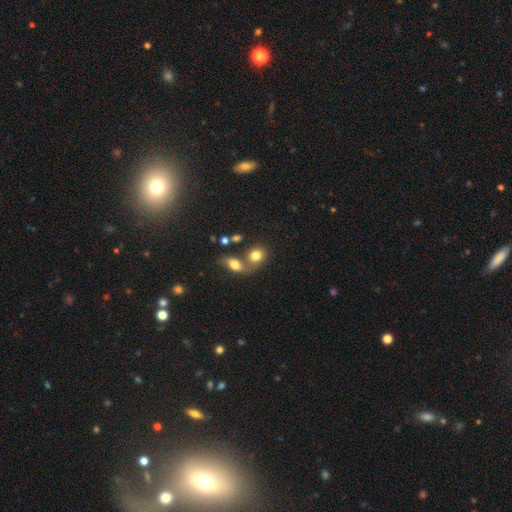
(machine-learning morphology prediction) Q: Smooth or featured?
A: smooth (79%); runner-up: featured or disk (11%)
Q: How rounded?
A: round (58%); runner-up: in between (41%)
Q: Merging?
A: merger (48%); runner-up: none (38%)